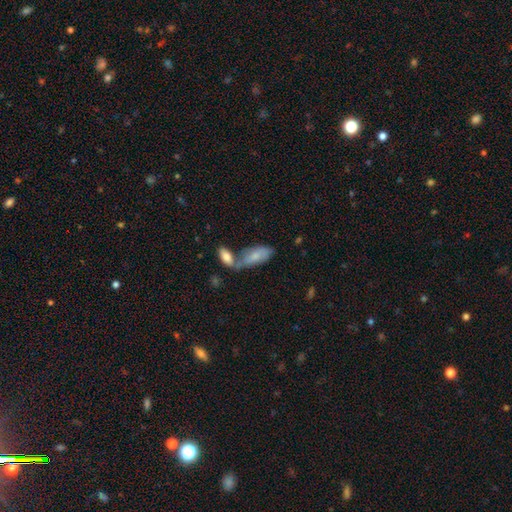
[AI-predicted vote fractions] Q: Smooth or featured?
A: smooth (72%); runner-up: featured or disk (22%)
Q: How rounded?
A: in between (83%); runner-up: cigar-shaped (15%)
Q: Merging?
A: merger (49%); runner-up: none (31%)